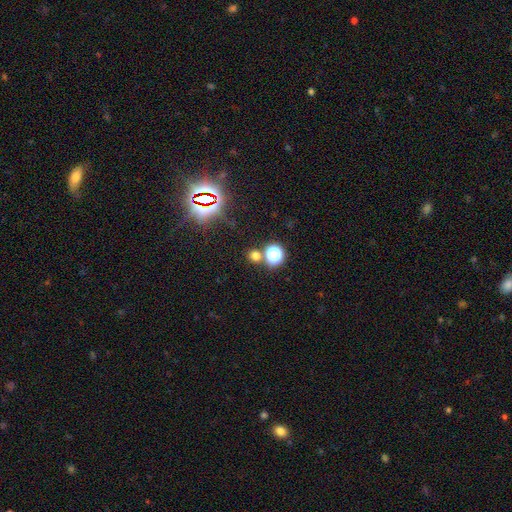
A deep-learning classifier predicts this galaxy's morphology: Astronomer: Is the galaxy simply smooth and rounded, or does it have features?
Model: smooth — 62%.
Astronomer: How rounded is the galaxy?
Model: round — 85%.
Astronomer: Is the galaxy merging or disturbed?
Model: none — 73%.